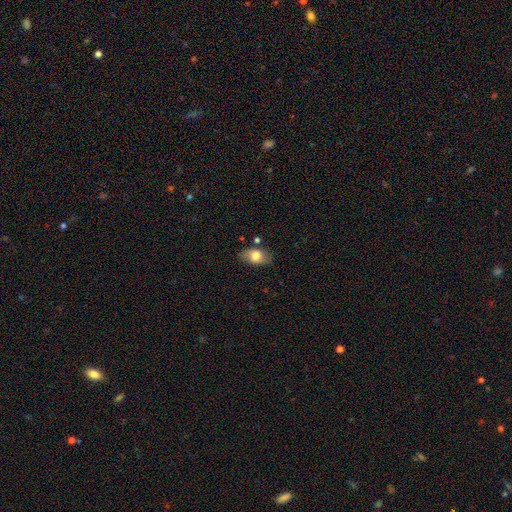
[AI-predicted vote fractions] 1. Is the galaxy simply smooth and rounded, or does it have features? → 72% smooth, 20% featured or disk, 7% star or artifact.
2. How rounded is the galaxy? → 87% in between, 10% round, 2% cigar-shaped.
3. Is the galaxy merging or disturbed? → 74% none, 18% minor disturbance, 4% merger, 4% major disturbance.